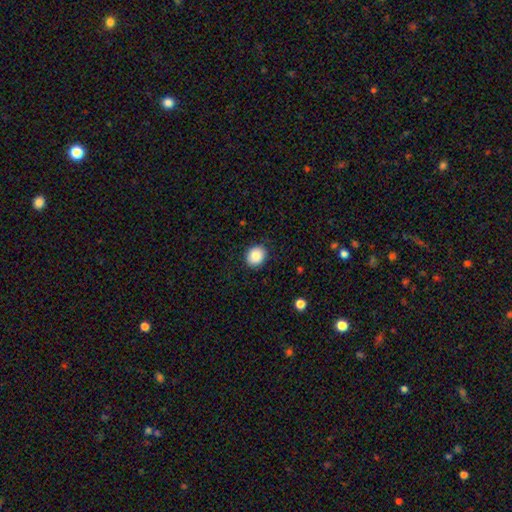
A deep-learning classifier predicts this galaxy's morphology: smooth-or-featured: smooth: 88% | star or artifact: 8% | featured or disk: 4%
  how-rounded: round: 67% | in between: 32% | cigar-shaped: 1%
  merging: none: 88% | minor disturbance: 9% | major disturbance: 2% | merger: 1%